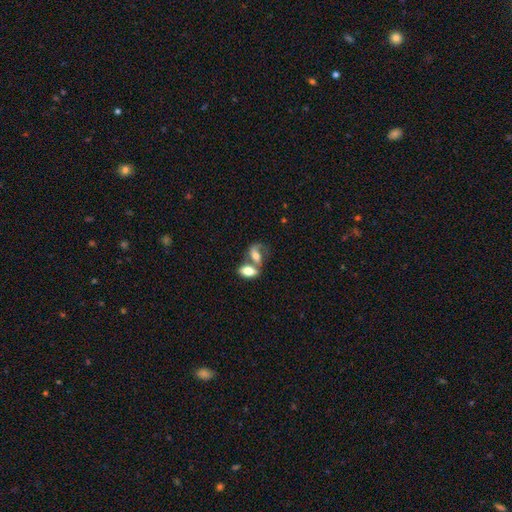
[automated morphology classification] smooth 59%, featured or disk 33%, star or artifact 8%. Down the decision tree: how rounded — in between (85%); merging — merger (64%).